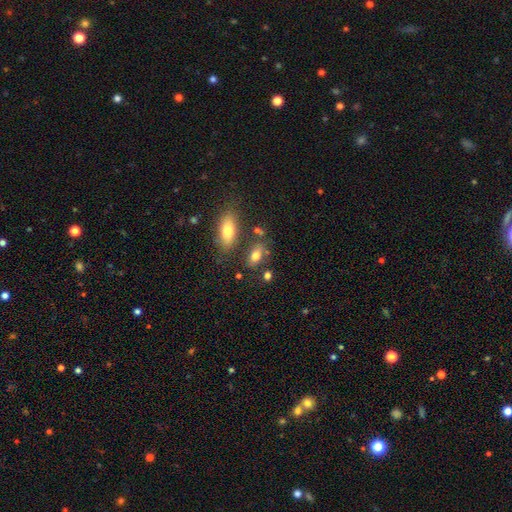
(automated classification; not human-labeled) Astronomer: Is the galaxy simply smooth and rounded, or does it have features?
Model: smooth — 77%.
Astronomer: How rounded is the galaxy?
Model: in between — 85%.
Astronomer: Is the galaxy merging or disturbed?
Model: none — 69%.